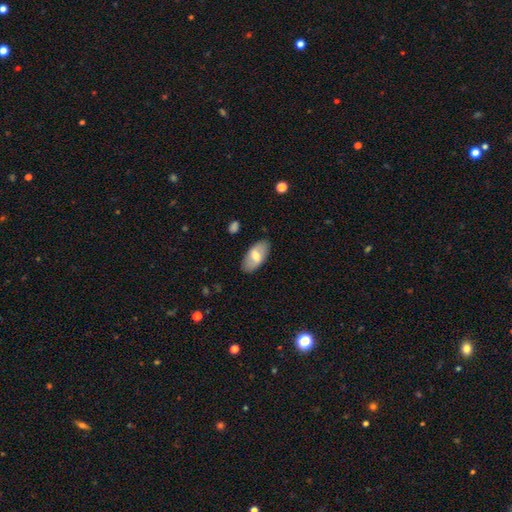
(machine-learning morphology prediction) smooth 62%, featured or disk 33%, star or artifact 6%. Down the decision tree: how rounded — in between (93%); merging — none (86%).